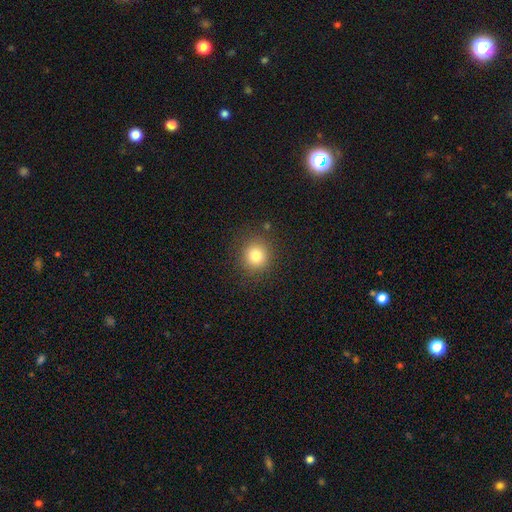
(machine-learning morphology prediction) Smooth or featured: smooth — 80% (star or artifact — 13%)
How rounded: round — 89% (in between — 10%)
Merging: none — 88% (minor disturbance — 8%)